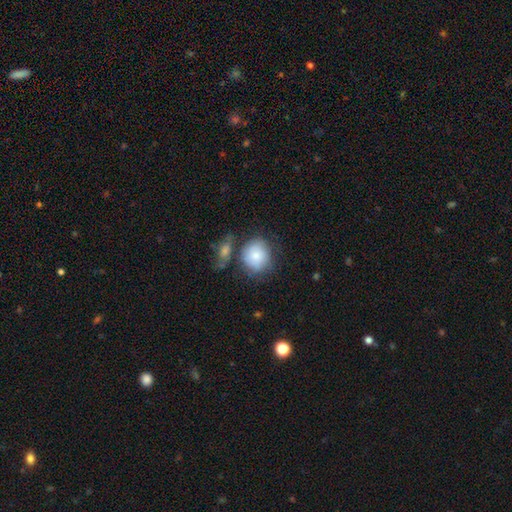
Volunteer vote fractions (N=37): Smooth or featured? smooth (84%)
How rounded? round (81%)
Merging? none (58%)